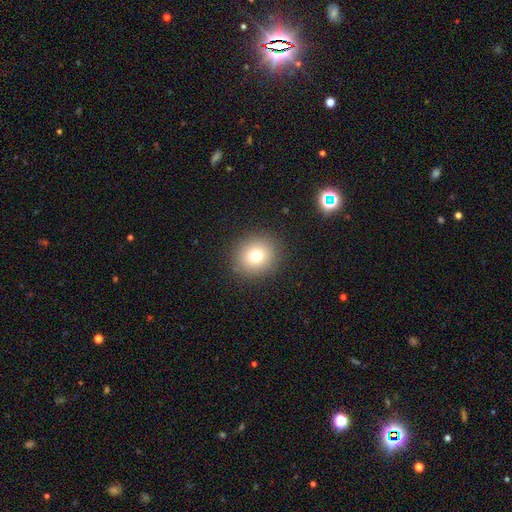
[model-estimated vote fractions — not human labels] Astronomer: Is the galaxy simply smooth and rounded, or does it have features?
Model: smooth — 75%.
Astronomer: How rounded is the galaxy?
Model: round — 88%.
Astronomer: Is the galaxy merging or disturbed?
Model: none — 90%.